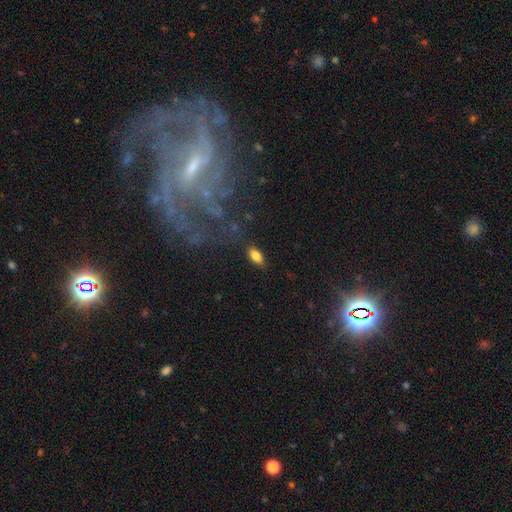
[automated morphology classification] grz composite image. It shows a smooth galaxy with no disk features (82%) that is in between round and cigar-shaped (90%). Merging: none (84%).